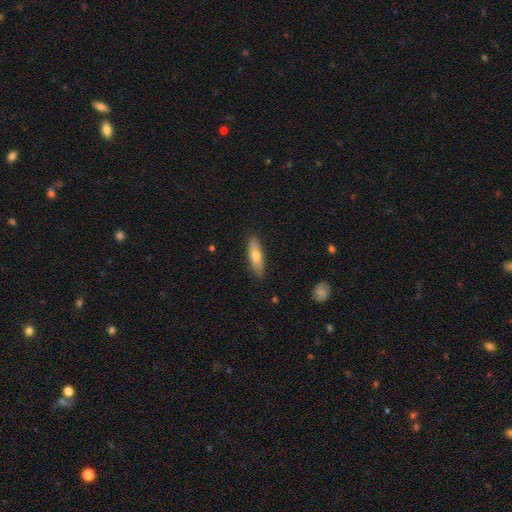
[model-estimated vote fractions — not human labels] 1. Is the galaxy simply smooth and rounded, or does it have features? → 65% smooth, 29% featured or disk, 6% star or artifact.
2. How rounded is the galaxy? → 56% cigar-shaped, 42% in between, 2% round.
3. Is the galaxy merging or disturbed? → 87% none, 10% minor disturbance, 2% major disturbance, 1% merger.